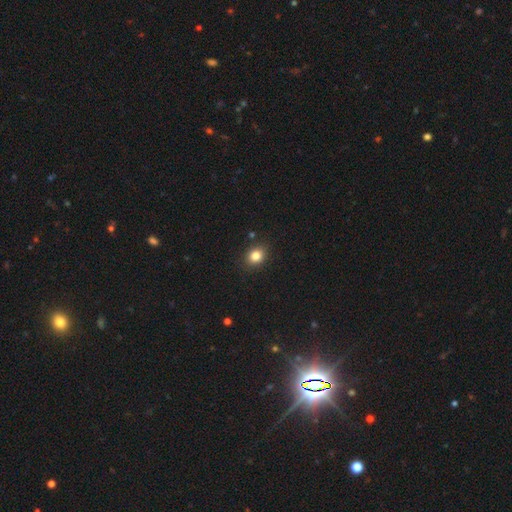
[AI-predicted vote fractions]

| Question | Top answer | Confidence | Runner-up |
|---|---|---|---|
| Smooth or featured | smooth | 83% | star or artifact (11%) |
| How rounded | round | 58% | in between (42%) |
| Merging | none | 87% | minor disturbance (9%) |